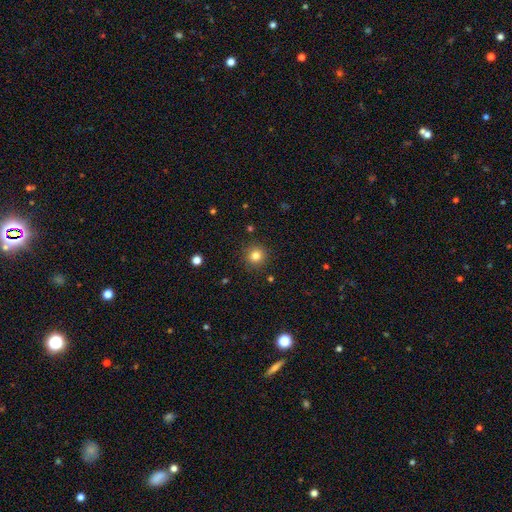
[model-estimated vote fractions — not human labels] A smooth galaxy with no disk features (82%) that is round (93%).

Vote fractions:
- Smooth or featured? smooth: 82% / star or artifact: 13% / featured or disk: 6%
- How rounded? round: 93% / in between: 6% / cigar-shaped: 1%
- Merging? none: 90% / minor disturbance: 6% / major disturbance: 2% / merger: 1%